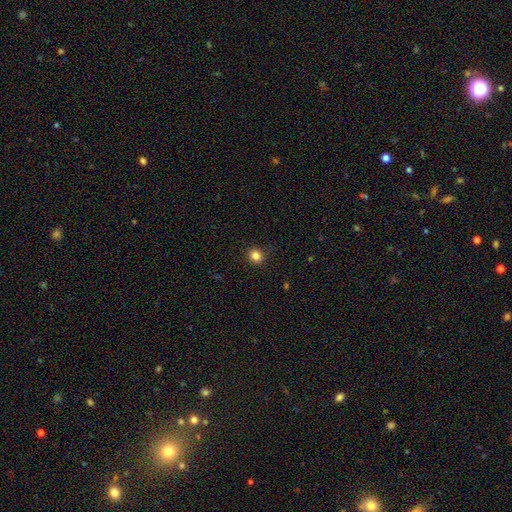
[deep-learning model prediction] smooth-or-featured: smooth: 84% | star or artifact: 12% | featured or disk: 4%
  how-rounded: round: 84% | in between: 15% | cigar-shaped: 1%
  merging: none: 87% | minor disturbance: 9% | major disturbance: 3% | merger: 1%